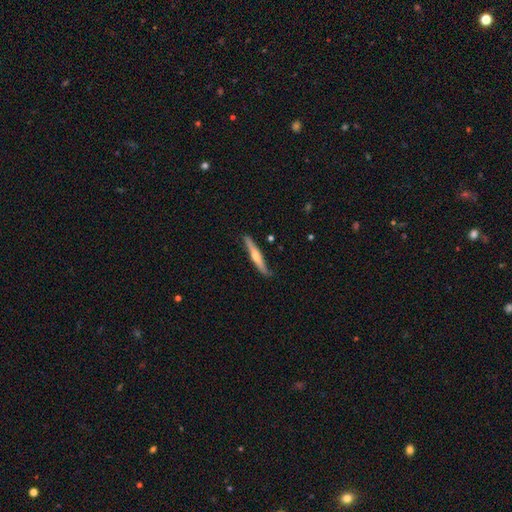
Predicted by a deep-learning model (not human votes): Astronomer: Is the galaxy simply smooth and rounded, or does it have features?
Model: featured or disk — 51% (runner-up: smooth, 44%).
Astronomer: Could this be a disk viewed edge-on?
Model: yes — 93%.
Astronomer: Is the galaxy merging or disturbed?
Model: none — 82%.